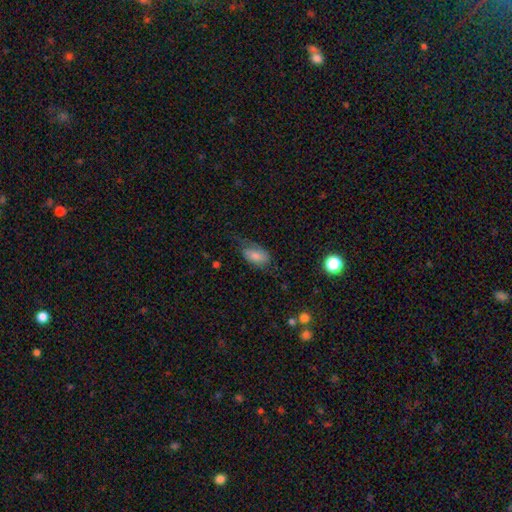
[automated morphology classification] Q: Smooth or featured?
A: smooth (68%); runner-up: featured or disk (24%)
Q: How rounded?
A: in between (92%); runner-up: round (5%)
Q: Merging?
A: none (47%); runner-up: minor disturbance (32%)